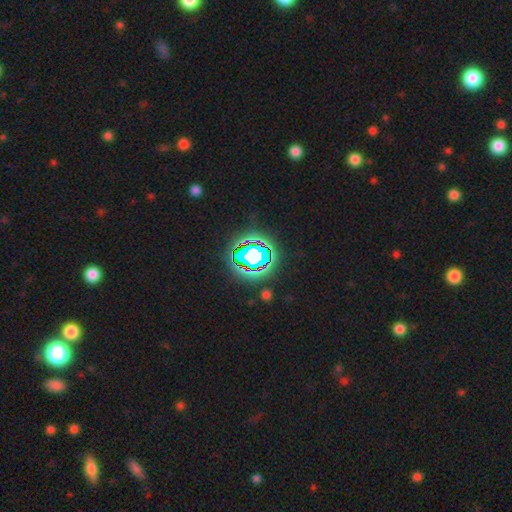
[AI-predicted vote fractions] The model was most divided on "smooth or featured": star or artifact: 80%, smooth: 12%, featured or disk: 8%.